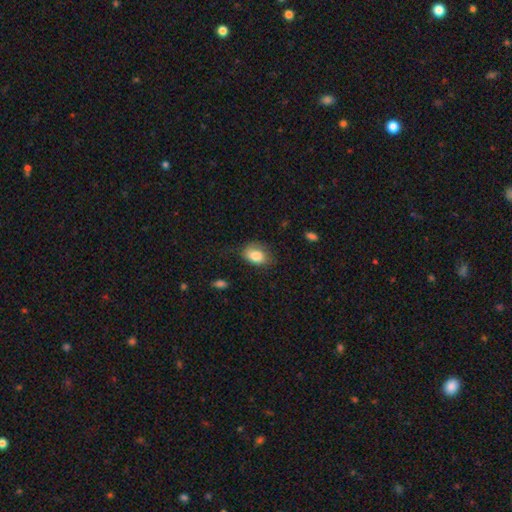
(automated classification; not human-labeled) Smooth or featured?
  - smooth: 83% *
  - featured or disk: 10%
  - star or artifact: 7%
How rounded?
  - in between: 82% *
  - round: 17%
  - cigar-shaped: 1%
Merging?
  - none: 60% *
  - minor disturbance: 28%
  - major disturbance: 10%
  - merger: 2%